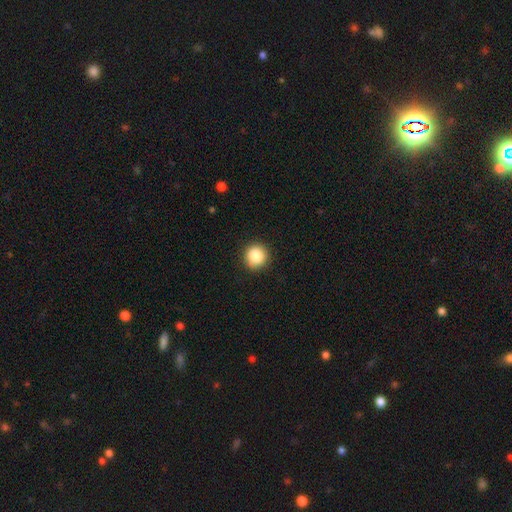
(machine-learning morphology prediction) Smooth or featured: smooth — 86% (star or artifact — 9%)
How rounded: round — 92% (in between — 7%)
Merging: none — 91% (minor disturbance — 6%)